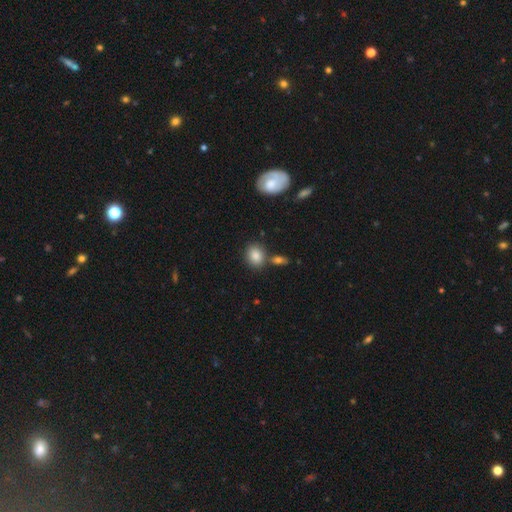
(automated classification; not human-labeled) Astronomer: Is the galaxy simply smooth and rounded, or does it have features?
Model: smooth — 85%.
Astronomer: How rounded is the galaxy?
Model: in between — 54% (runner-up: round, 44%).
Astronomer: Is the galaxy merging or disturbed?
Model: none — 69%.